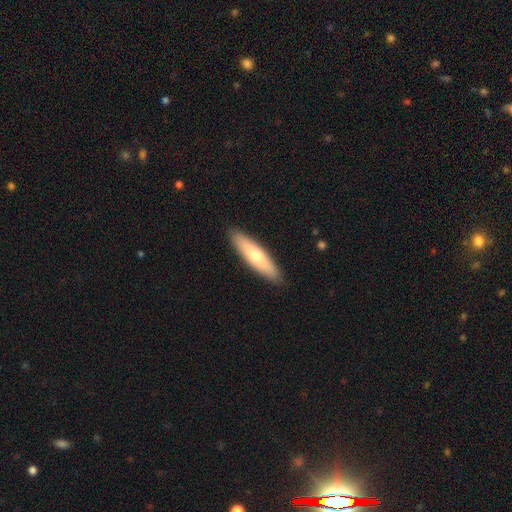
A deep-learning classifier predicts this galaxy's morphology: Overall: smooth (63%; featured or disk 32%). How rounded: cigar-shaped (72%). Merging: none (90%).